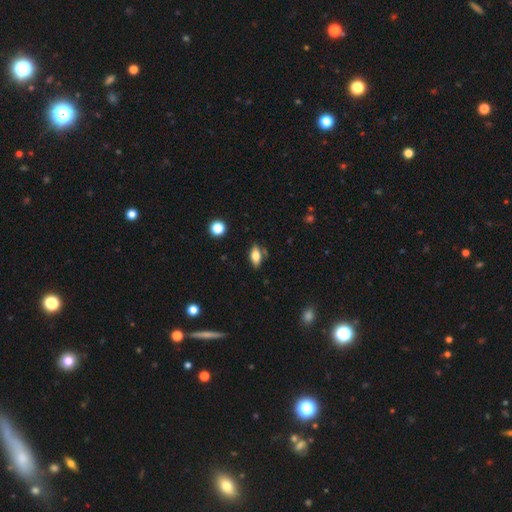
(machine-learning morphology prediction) smooth-or-featured: smooth: 75% | featured or disk: 16% | star or artifact: 9%
  how-rounded: in between: 85% | cigar-shaped: 11% | round: 4%
  merging: none: 77% | minor disturbance: 16% | merger: 5% | major disturbance: 3%